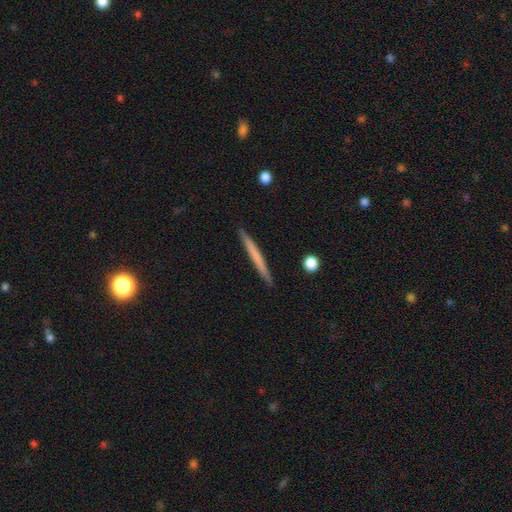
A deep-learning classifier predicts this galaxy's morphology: The model was most divided on "smooth or featured": smooth: 60%, featured or disk: 34%, star or artifact: 5%. More confident: how rounded — cigar-shaped (97%); merging — none (92%).